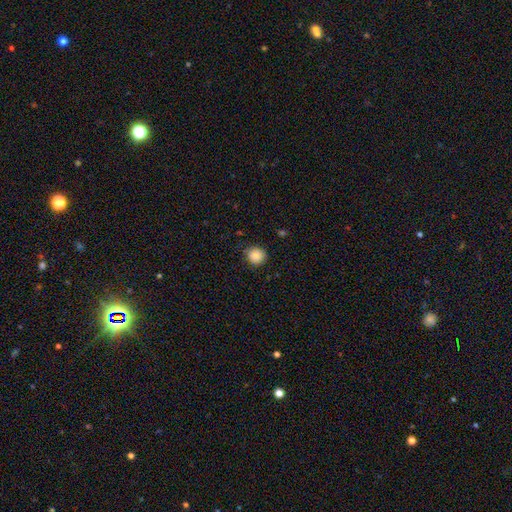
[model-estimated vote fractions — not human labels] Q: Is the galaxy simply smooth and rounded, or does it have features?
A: smooth — 86%.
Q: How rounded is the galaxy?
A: round — 90%.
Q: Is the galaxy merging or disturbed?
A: none — 85%.